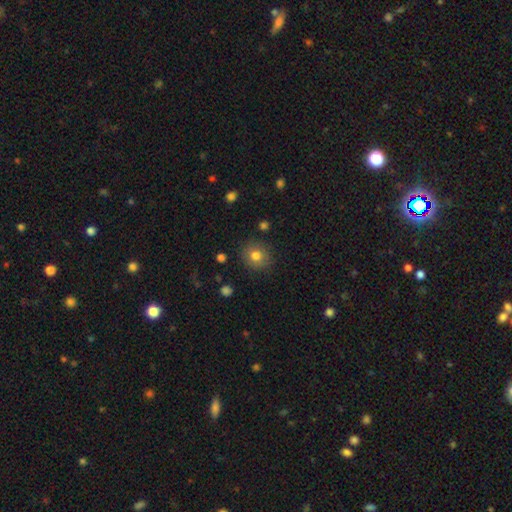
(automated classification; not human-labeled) The model was most divided on "smooth or featured": smooth: 80%, star or artifact: 11%, featured or disk: 9%. More confident: merging — none (86%); how rounded — round (85%).